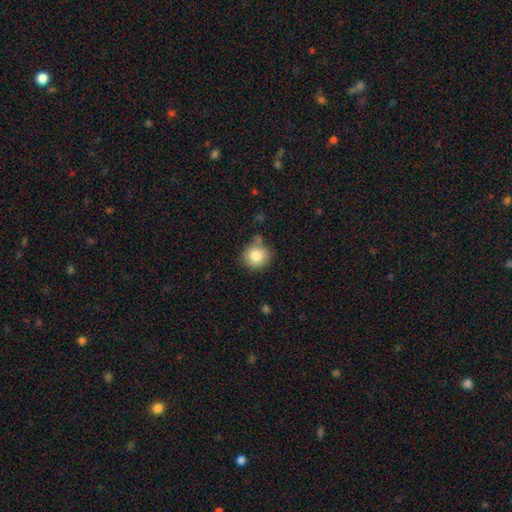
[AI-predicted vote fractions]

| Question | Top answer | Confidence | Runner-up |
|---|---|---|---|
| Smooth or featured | smooth | 82% | star or artifact (9%) |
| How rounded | round | 84% | in between (15%) |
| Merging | none | 67% | minor disturbance (20%) |